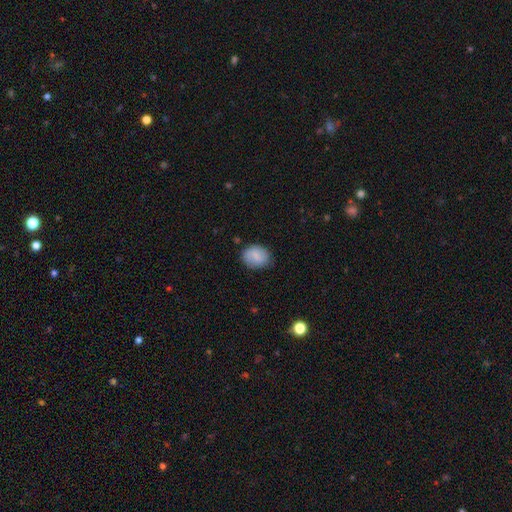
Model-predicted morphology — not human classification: Q: Smooth or featured?
A: smooth (74%); runner-up: featured or disk (19%)
Q: How rounded?
A: in between (57%); runner-up: round (42%)
Q: Merging?
A: none (78%); runner-up: minor disturbance (17%)